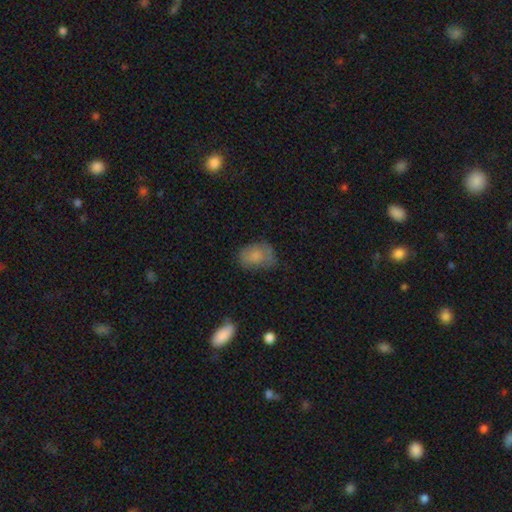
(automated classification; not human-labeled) Smooth or featured: smooth — 73% (featured or disk — 18%)
How rounded: in between — 72% (round — 26%)
Merging: none — 51% (minor disturbance — 32%)